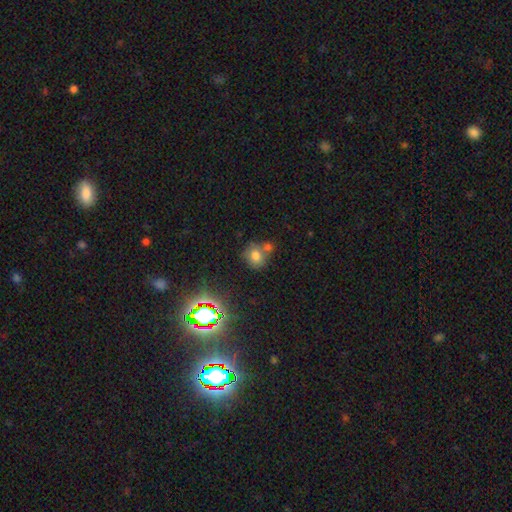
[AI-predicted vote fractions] Overall: smooth (71%). How rounded: round (74%). Merging: none (51%; merger 31%).